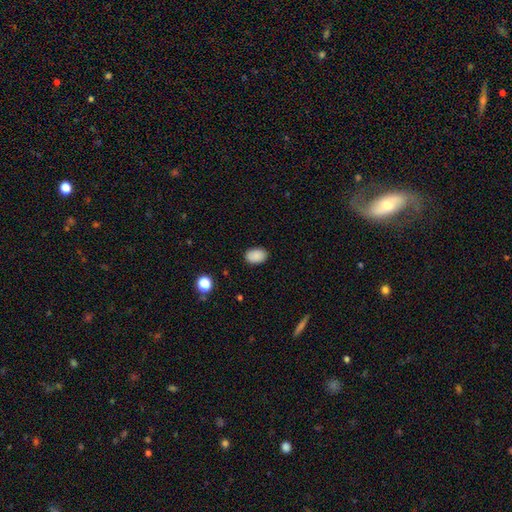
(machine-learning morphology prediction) A smooth galaxy with no disk features (88%) that is in between round and cigar-shaped (84%).

Vote fractions:
- Smooth or featured? smooth: 88% / star or artifact: 8% / featured or disk: 4%
- How rounded? in between: 84% / round: 15% / cigar-shaped: 1%
- Merging? none: 86% / minor disturbance: 11% / major disturbance: 2% / merger: 1%